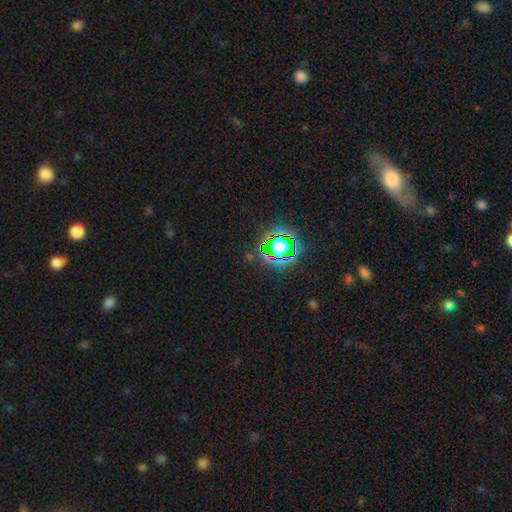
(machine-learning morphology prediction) smooth-or-featured: star or artifact: 69% | smooth: 18% | featured or disk: 13%